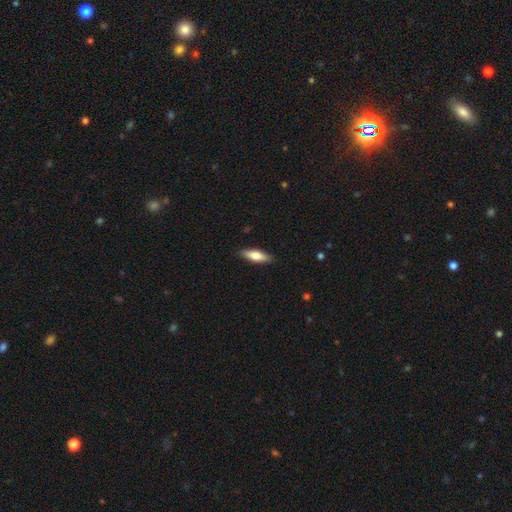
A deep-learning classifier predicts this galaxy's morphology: Smooth or featured? Predicted: smooth (p=0.68). How rounded? Predicted: cigar-shaped (p=0.51). Merging? Predicted: none (p=0.89).